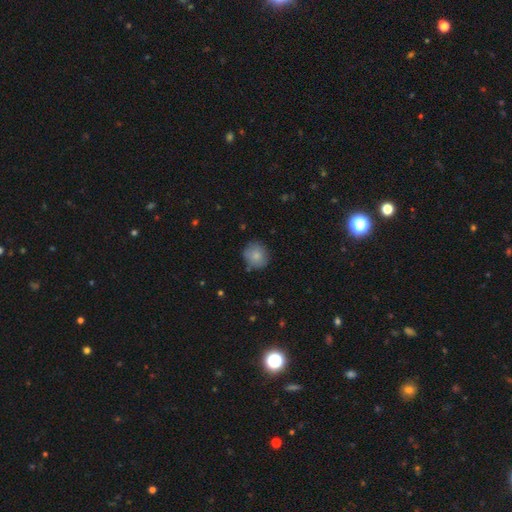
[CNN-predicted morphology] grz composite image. It shows a smooth galaxy with no disk features (83%) that is round (89%). Merging: none (82%).